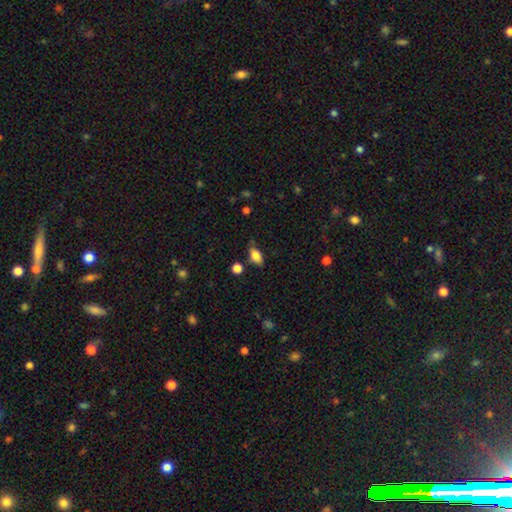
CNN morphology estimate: Smooth or featured? smooth (82%)
How rounded? in between (86%)
Merging? none (70%)